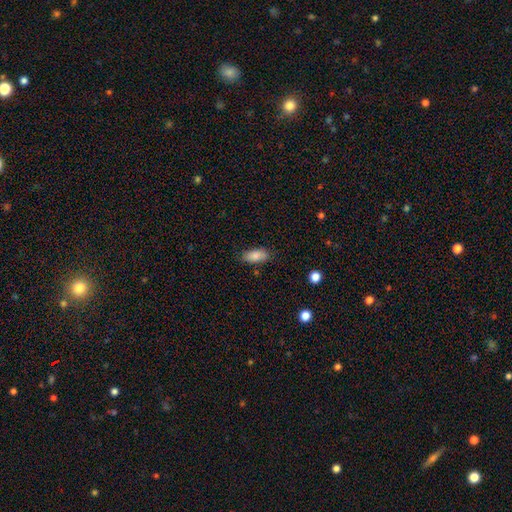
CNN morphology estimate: Smooth or featured: smooth — 85% (featured or disk — 8%)
How rounded: in between — 85% (cigar-shaped — 13%)
Merging: none — 84% (minor disturbance — 12%)